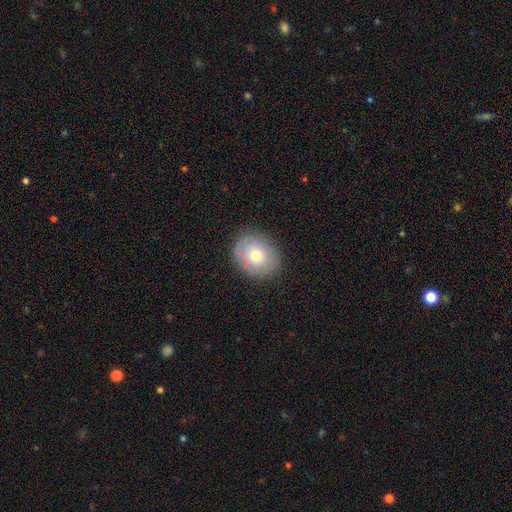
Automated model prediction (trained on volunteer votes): A smooth galaxy with no disk features (66%) that is round (69%).

Vote fractions:
- Smooth or featured? smooth: 66% / featured or disk: 25% / star or artifact: 9%
- How rounded? round: 69% / in between: 31% / cigar-shaped: 1%
- Merging? none: 84% / minor disturbance: 12% / major disturbance: 4% / merger: 1%